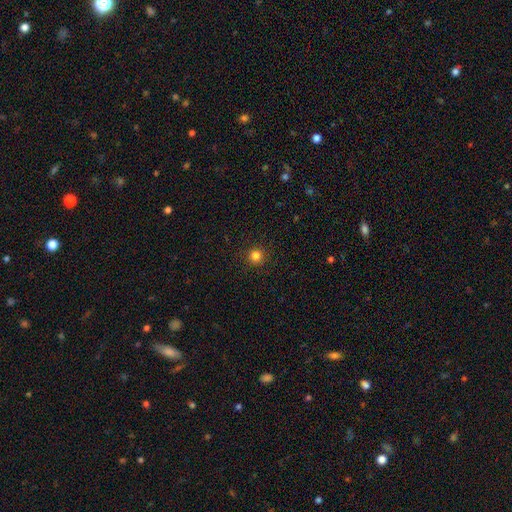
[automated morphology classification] smooth 82%, star or artifact 13%, featured or disk 4%. Down the decision tree: how rounded — round (94%); merging — none (92%).